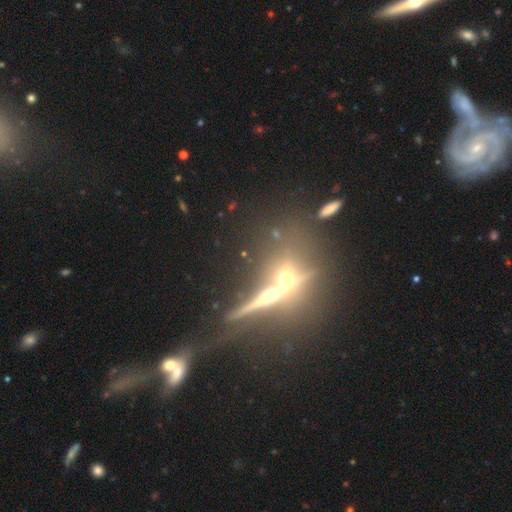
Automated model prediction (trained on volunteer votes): The model was most divided on "merging": none: 40%, merger: 36%, major disturbance: 13%, minor disturbance: 12%. Remaining: smooth or featured — featured or disk (49%).